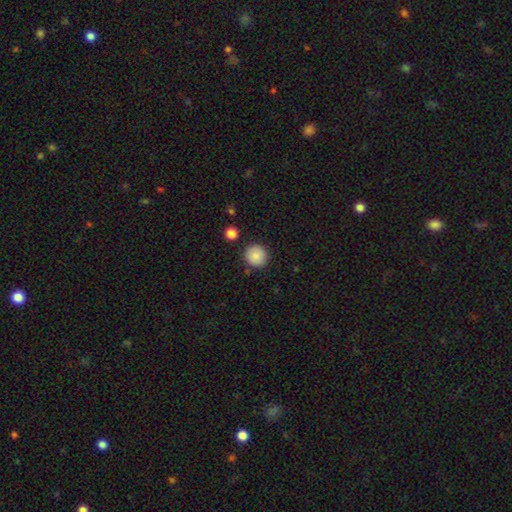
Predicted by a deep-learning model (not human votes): A smooth galaxy with no disk features (87%) that is round (94%). Merging: none (89%).